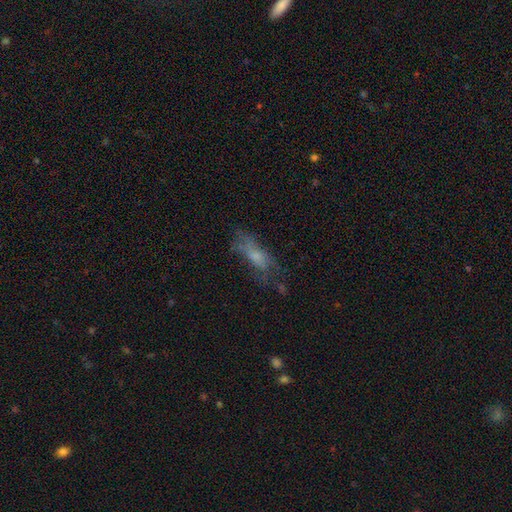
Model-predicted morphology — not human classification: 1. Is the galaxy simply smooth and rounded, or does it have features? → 48% smooth, 38% featured or disk, 13% star or artifact.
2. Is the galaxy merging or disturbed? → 43% none, 28% major disturbance, 25% minor disturbance, 4% merger.